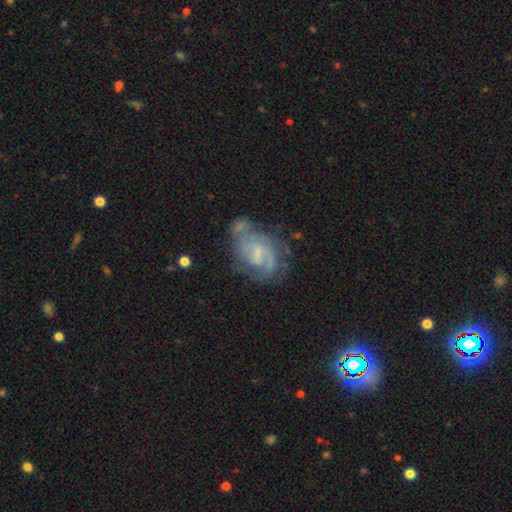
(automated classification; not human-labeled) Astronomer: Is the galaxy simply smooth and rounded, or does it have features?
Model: featured or disk — 73%.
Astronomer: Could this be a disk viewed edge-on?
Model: no — 97%.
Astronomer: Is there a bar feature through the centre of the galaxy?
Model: weak — 46% (runner-up: no, 43%).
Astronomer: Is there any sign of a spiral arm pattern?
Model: yes — 91%.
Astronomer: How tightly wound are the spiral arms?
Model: medium — 44% (runner-up: tight, 41%).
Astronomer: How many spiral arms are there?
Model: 2 — 50%.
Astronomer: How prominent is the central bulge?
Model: small — 53%.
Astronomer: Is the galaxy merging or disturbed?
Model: none — 61%.